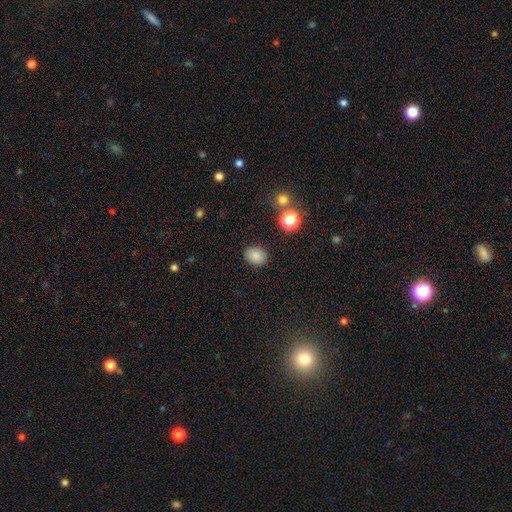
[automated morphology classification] Smooth or featured? smooth (85%)
How rounded? in between (53%)
Merging? none (88%)